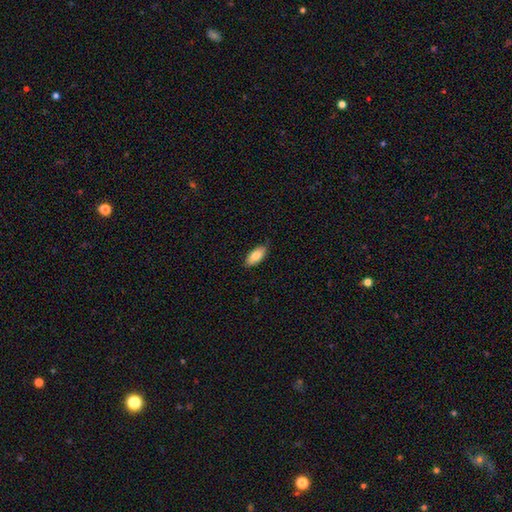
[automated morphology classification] smooth_or_featured: smooth (p=0.81) [alt: featured or disk p=0.13]
how_rounded: in between (p=0.87) [alt: cigar-shaped p=0.11]
merging: none (p=0.85) [alt: minor disturbance p=0.12]